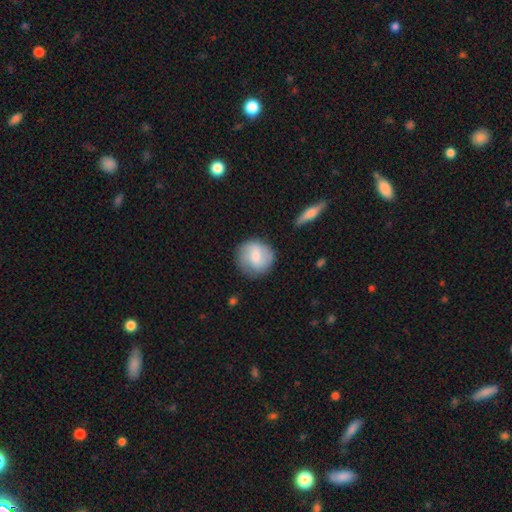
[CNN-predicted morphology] The model was most divided on "smooth or featured": smooth: 64%, featured or disk: 30%, star or artifact: 6%. More confident: how rounded — round (90%); merging — none (76%).